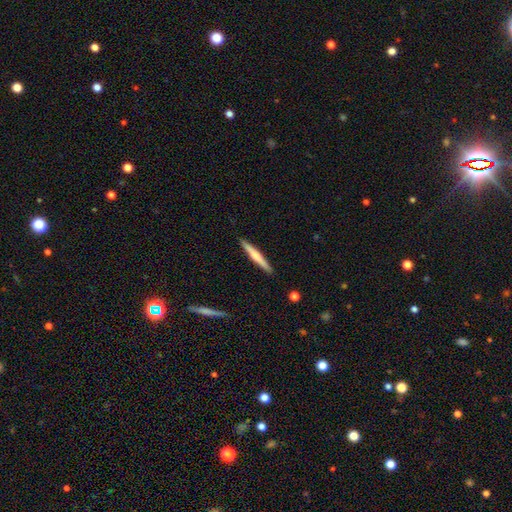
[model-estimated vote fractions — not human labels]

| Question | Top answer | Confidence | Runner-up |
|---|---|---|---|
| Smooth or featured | featured or disk | 47% | tied: smooth (47%) |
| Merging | none | 91% | minor disturbance (7%) |